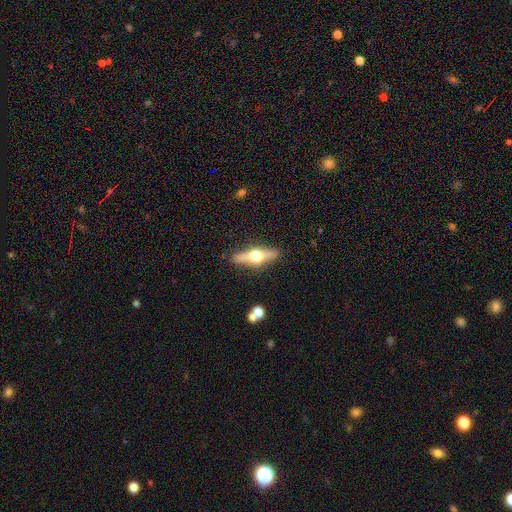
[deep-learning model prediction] Overall: featured or disk (65%; smooth 28%). Edge-on disk: yes (94%). Edge-on bulge: rounded (96%). Merging: none (87%).